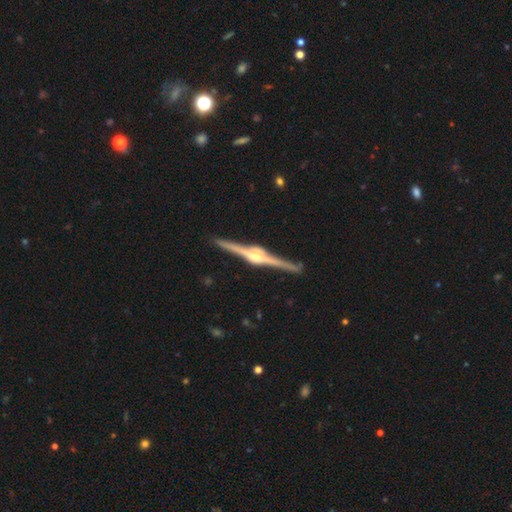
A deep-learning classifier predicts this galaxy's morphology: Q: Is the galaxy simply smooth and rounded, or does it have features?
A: featured or disk — 91%.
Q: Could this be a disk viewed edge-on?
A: yes — 99%.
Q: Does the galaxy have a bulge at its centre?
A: rounded — 84%.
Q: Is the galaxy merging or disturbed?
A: none — 92%.